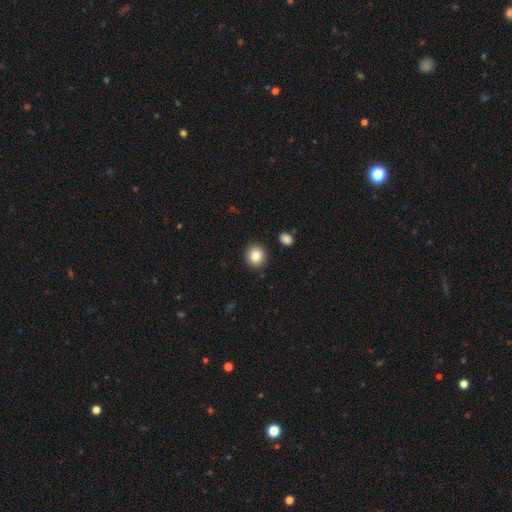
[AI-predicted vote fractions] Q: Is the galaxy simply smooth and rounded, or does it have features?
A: smooth — 84%.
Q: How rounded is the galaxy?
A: round — 87%.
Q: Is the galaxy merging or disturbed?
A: none — 90%.